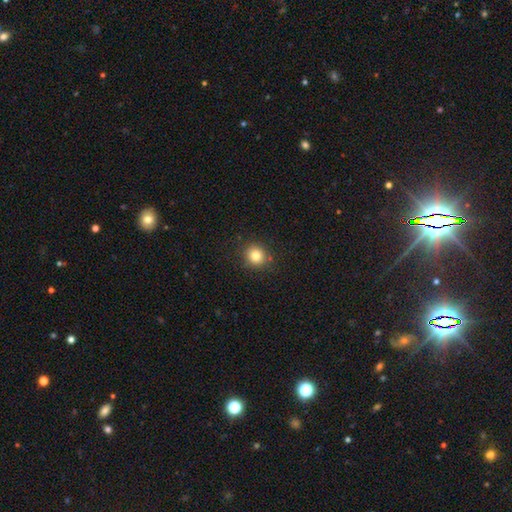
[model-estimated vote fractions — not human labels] The model was most divided on "smooth or featured": smooth: 82%, star or artifact: 12%, featured or disk: 7%. More confident: how rounded — round (88%); merging — none (87%).